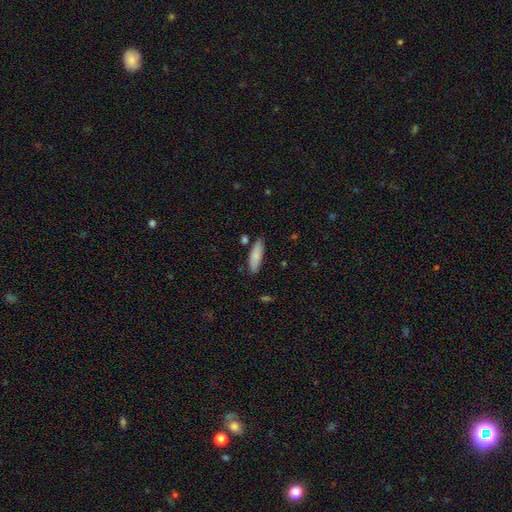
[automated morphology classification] The model was most divided on "how rounded": cigar-shaped: 51%, in between: 47%, round: 2%. More confident: smooth or featured — smooth (83%); merging — none (80%).